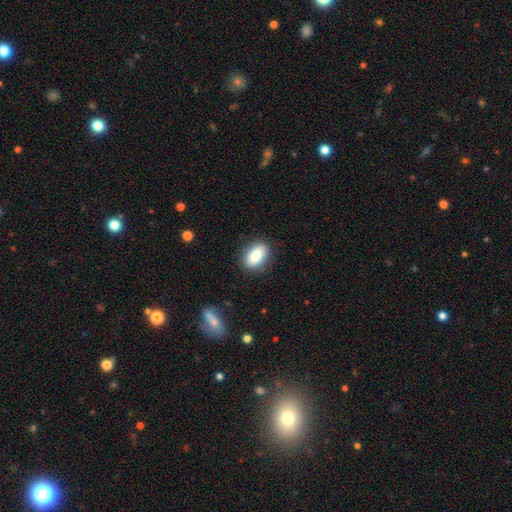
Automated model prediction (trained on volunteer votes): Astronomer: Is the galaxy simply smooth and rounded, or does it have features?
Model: smooth — 85%.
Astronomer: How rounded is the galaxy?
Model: in between — 88%.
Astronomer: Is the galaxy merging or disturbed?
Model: none — 86%.